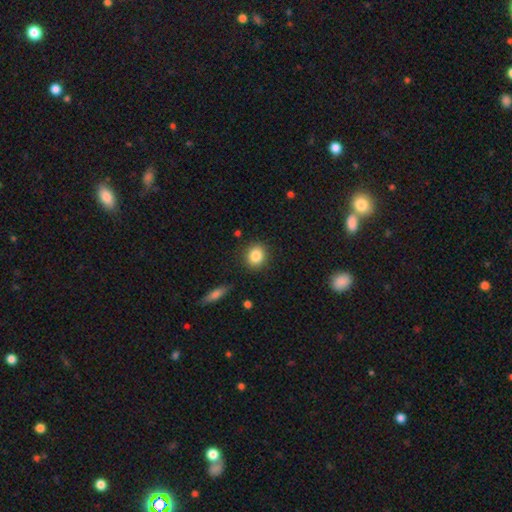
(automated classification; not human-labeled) Q: Smooth or featured?
A: smooth (85%); runner-up: star or artifact (9%)
Q: How rounded?
A: round (77%); runner-up: in between (21%)
Q: Merging?
A: none (88%); runner-up: minor disturbance (8%)